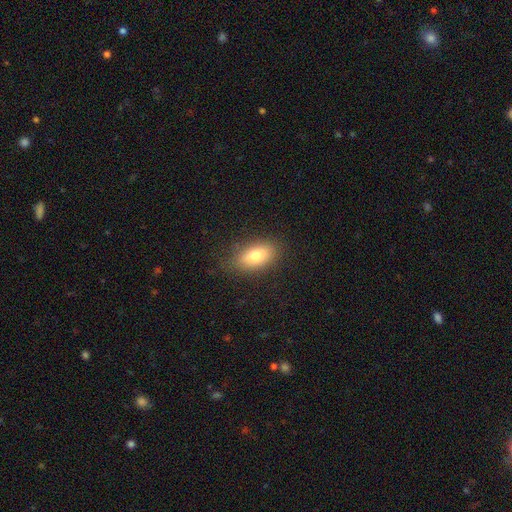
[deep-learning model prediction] smooth-or-featured: smooth: 76% | featured or disk: 15% | star or artifact: 9%
  how-rounded: in between: 86% | round: 7% | cigar-shaped: 6%
  merging: none: 83% | minor disturbance: 13% | major disturbance: 4% | merger: 1%